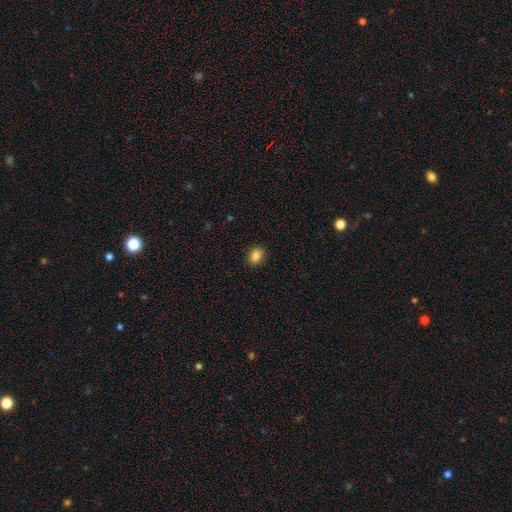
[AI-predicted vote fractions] Overall: smooth (86%). How rounded: in between (61%; round 37%). Merging: none (88%).